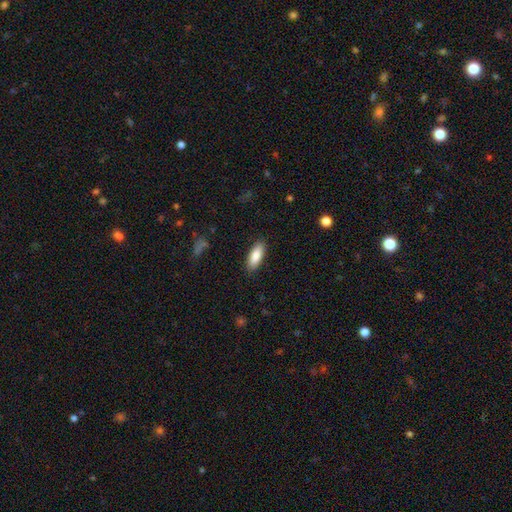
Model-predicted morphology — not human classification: smooth 86%, featured or disk 8%, star or artifact 6%. Down the decision tree: how rounded — in between (72%); merging — none (88%).